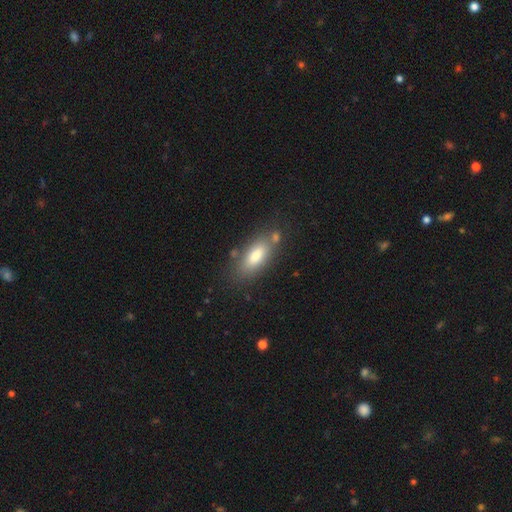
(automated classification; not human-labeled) This is likely a smooth galaxy (77%). How rounded: likely in between (77%). Merging: likely none (70%).